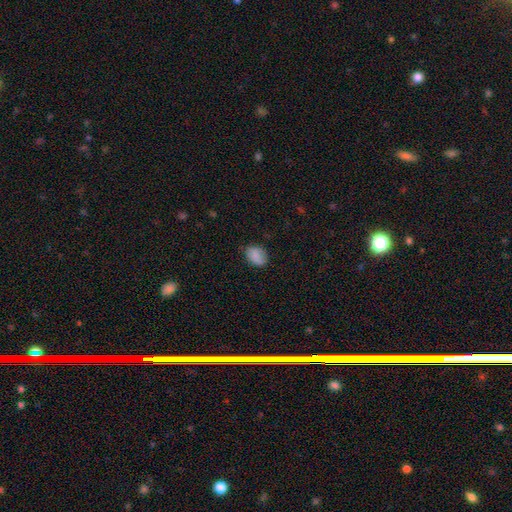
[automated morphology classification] smooth-or-featured: smooth: 86% | star or artifact: 8% | featured or disk: 6%
  how-rounded: in between: 73% | round: 26% | cigar-shaped: 1%
  merging: none: 77% | minor disturbance: 18% | major disturbance: 4% | merger: 1%